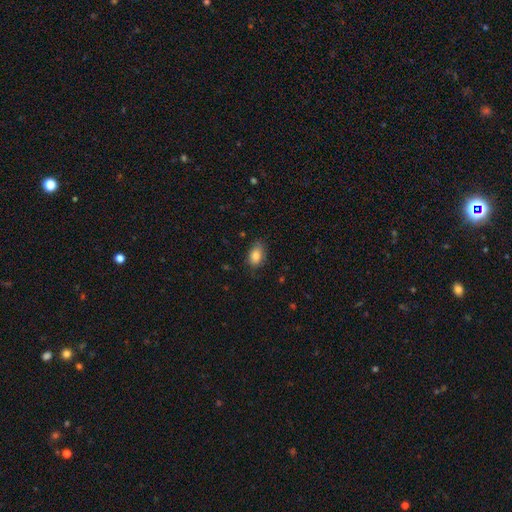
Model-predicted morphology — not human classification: The model was most divided on "merging": none: 73%, minor disturbance: 21%, major disturbance: 4%, merger: 1%. More confident: how rounded — in between (86%); smooth or featured — smooth (84%).